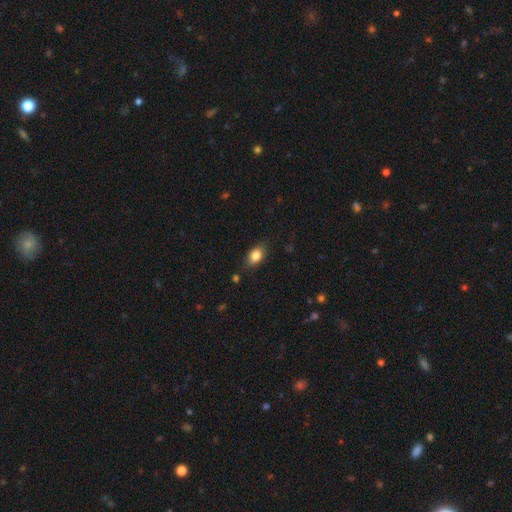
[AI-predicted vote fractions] A smooth galaxy with no disk features (84%) that is in between round and cigar-shaped (84%).

Vote fractions:
- Smooth or featured? smooth: 84% / star or artifact: 8% / featured or disk: 8%
- How rounded? in between: 84% / round: 13% / cigar-shaped: 3%
- Merging? none: 82% / minor disturbance: 13% / major disturbance: 3% / merger: 2%